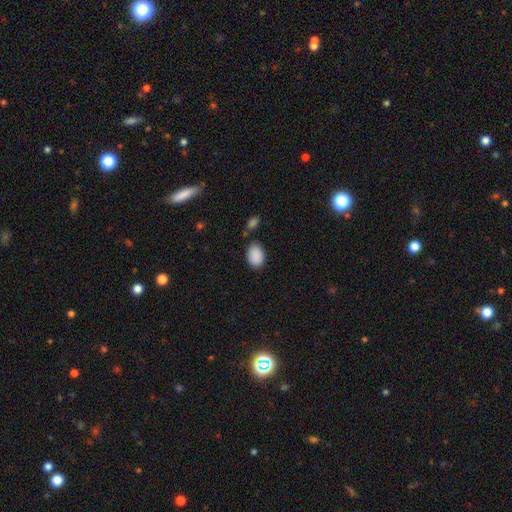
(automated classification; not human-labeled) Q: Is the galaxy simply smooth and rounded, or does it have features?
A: smooth — 90%.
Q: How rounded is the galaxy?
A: in between — 85%.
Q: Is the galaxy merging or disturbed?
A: none — 77%.